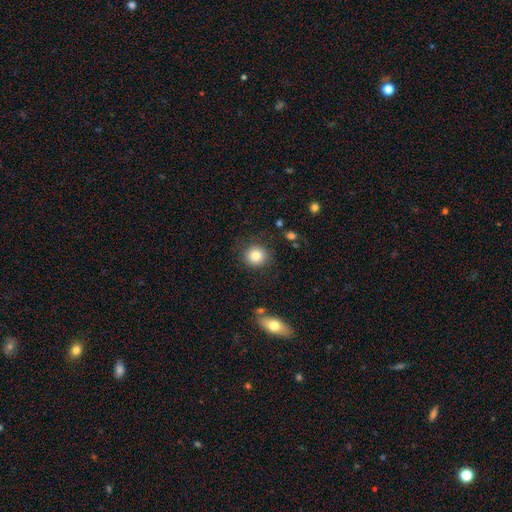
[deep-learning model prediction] Q: Smooth or featured?
A: smooth (83%); runner-up: star or artifact (10%)
Q: How rounded?
A: round (88%); runner-up: in between (11%)
Q: Merging?
A: none (86%); runner-up: minor disturbance (9%)